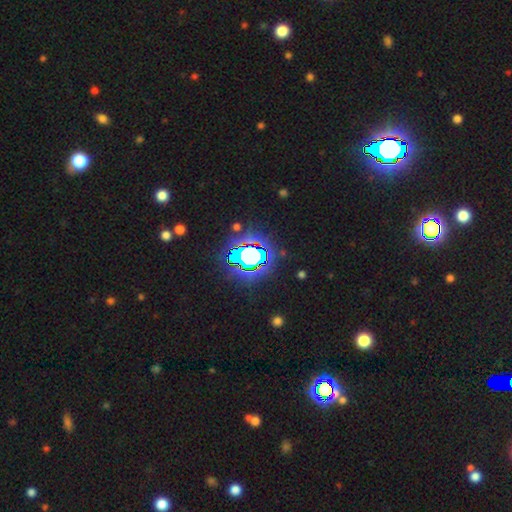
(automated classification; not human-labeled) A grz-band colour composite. It shows a star or artifact, not a galaxy (82%).